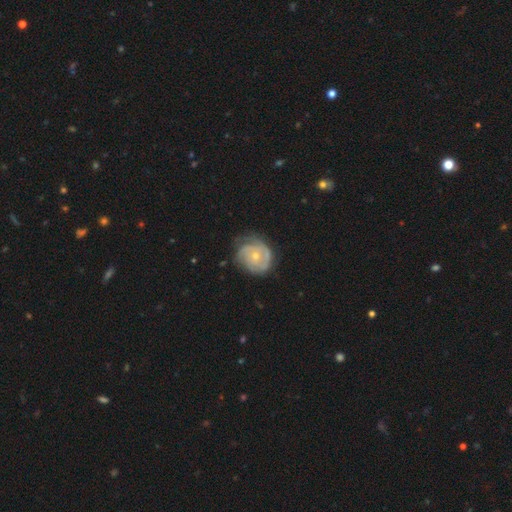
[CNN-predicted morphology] Smooth or featured? Predicted: featured or disk (p=0.77). Edge-on disk? Predicted: no (p=0.98). Bar? Predicted: no (p=0.79). Spiral arms? Predicted: yes (p=0.91). Spiral winding? Predicted: tight (p=0.65). Spiral arm count? Predicted: can't tell (p=0.30). Bulge size? Predicted: small (p=0.61). Merging? Predicted: none (p=0.59).